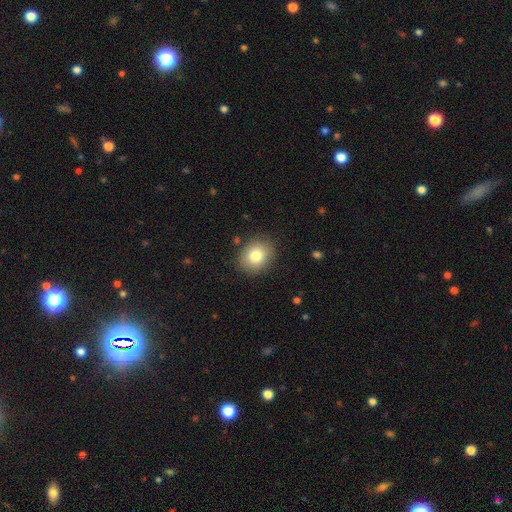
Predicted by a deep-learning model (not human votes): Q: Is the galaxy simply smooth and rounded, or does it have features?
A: smooth — 81%.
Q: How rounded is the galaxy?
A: round — 57%.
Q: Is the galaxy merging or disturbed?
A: none — 87%.